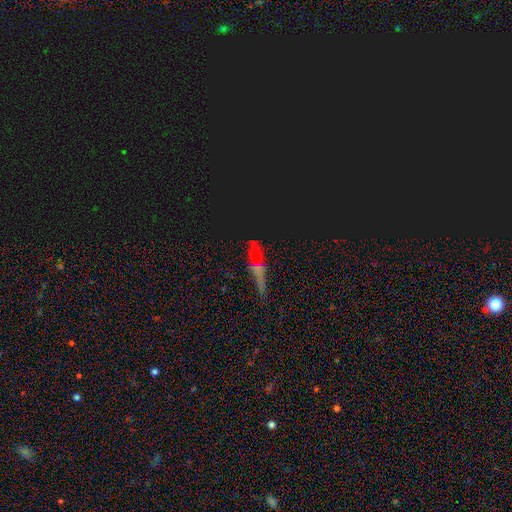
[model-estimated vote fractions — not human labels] This appears to be a star or artifact, not a galaxy (57%).